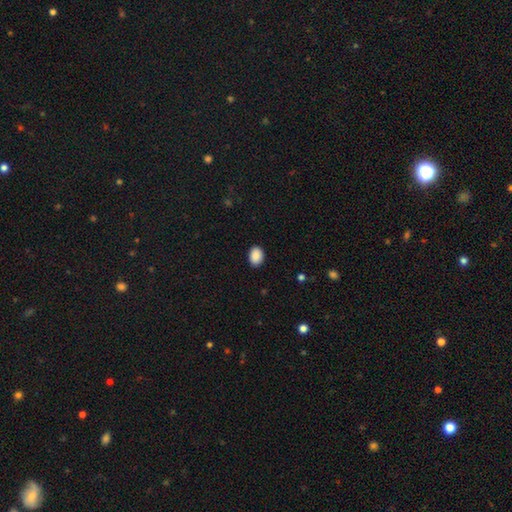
Smooth or featured? smooth (95%)
How rounded? in between (71%)
Merging? none (83%)